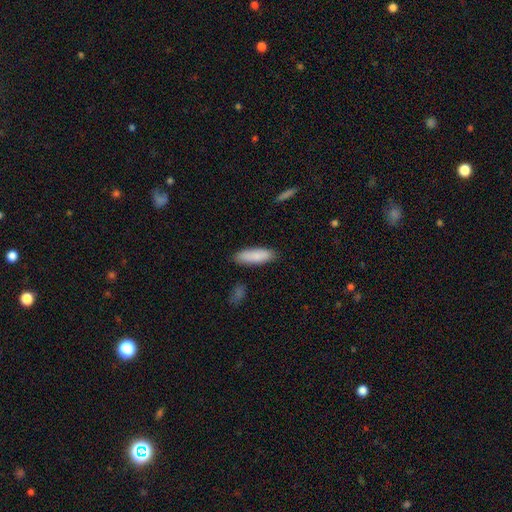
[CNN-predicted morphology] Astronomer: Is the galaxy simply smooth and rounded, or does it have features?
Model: smooth — 87%.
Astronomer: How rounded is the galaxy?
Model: in between — 62%.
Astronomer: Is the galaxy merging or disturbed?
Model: none — 84%.